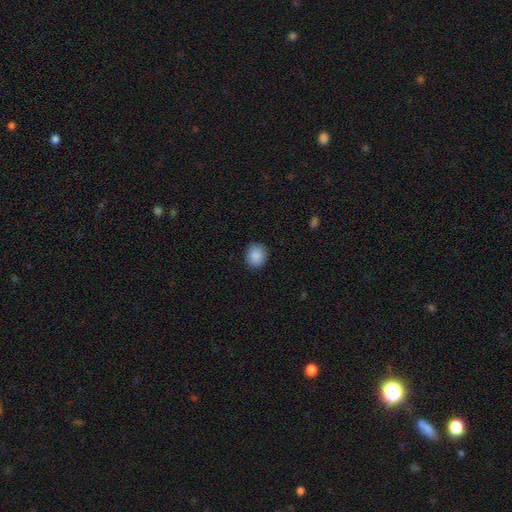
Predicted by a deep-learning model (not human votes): Morphology: type=smooth (89%); roundness=round (81%); merging=none (90%).